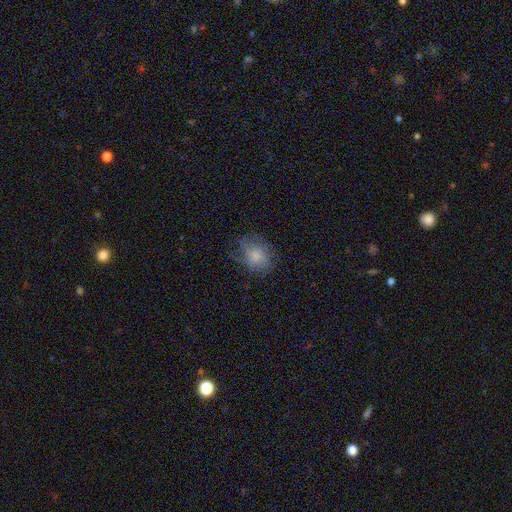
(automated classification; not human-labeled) This is likely a smooth galaxy (69%). How rounded: possibly in between (54%). Merging: possibly none (52%).